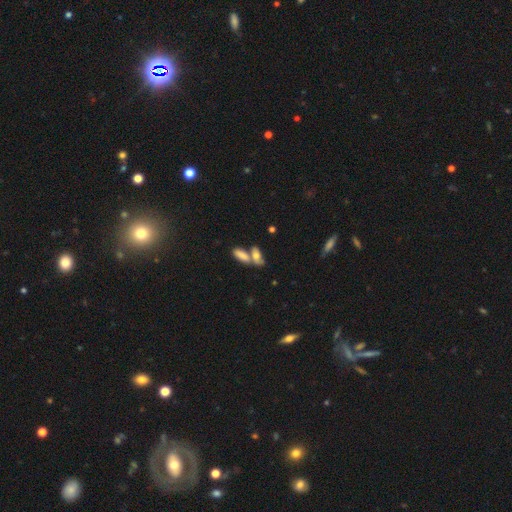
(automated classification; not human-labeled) Overall: smooth (69%). How rounded: in between (74%). Merging: merger (48%; none 36%).